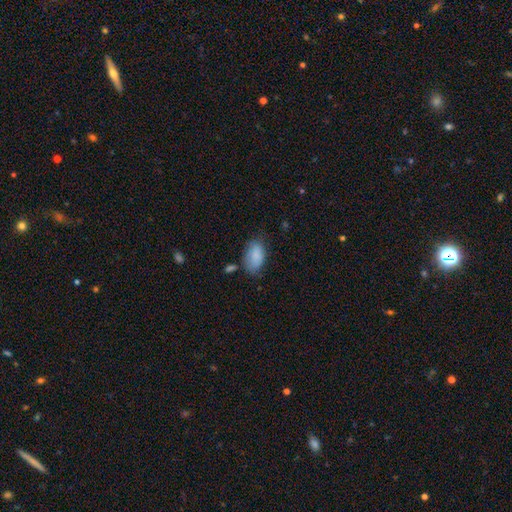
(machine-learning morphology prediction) A smooth galaxy with no disk features (84%) that is in between round and cigar-shaped (93%). Merging: none (58%).